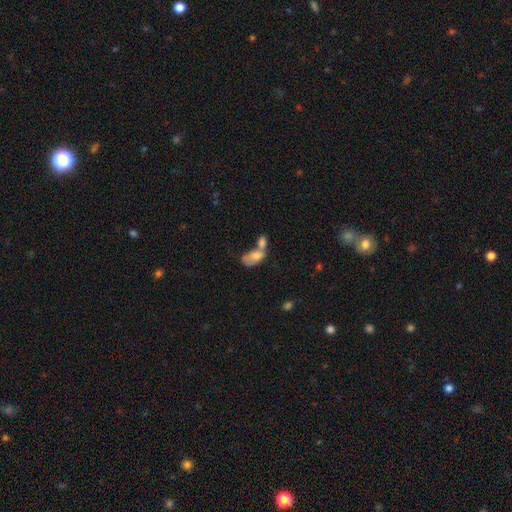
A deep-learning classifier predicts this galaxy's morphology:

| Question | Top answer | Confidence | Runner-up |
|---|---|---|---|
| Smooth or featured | smooth | 70% | featured or disk (22%) |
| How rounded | in between | 90% | round (7%) |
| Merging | merger | 69% | none (13%) |